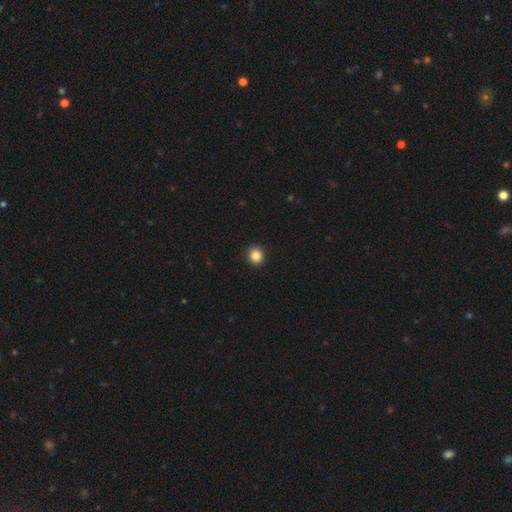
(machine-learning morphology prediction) Smooth or featured?
  - smooth: 86% *
  - star or artifact: 10%
  - featured or disk: 4%
How rounded?
  - round: 88% *
  - in between: 11%
  - cigar-shaped: 1%
Merging?
  - none: 92% *
  - minor disturbance: 5%
  - major disturbance: 2%
  - merger: 1%